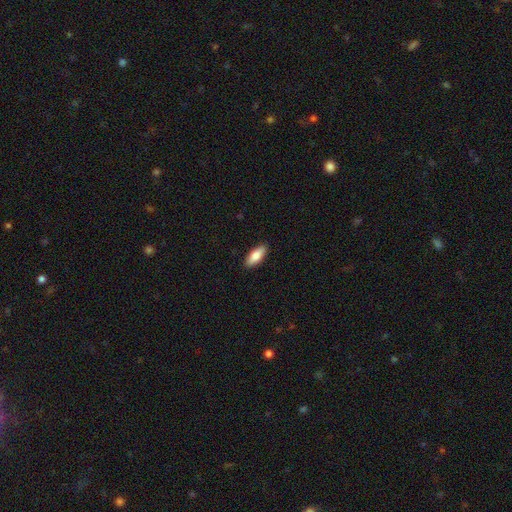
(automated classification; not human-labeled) This appears to be a smooth galaxy with no disk features (82%) that is in between round and cigar-shaped (77%). Merging: none (90%).